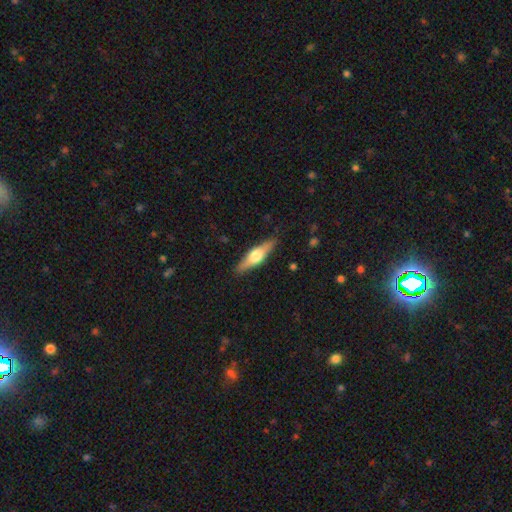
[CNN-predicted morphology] Smooth or featured? featured or disk (57%)
Edge-on disk? yes (95%)
Edge-on bulge? rounded (92%)
Merging? none (88%)